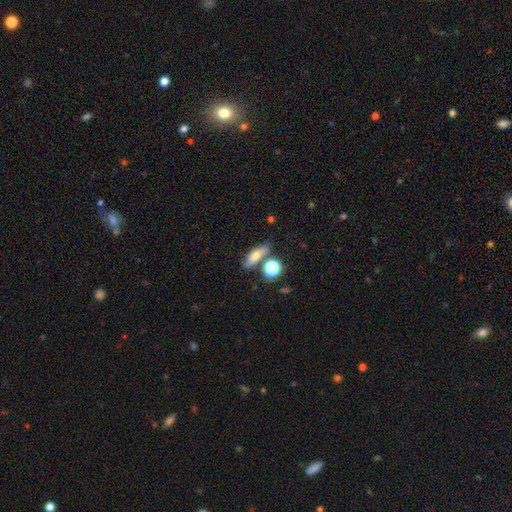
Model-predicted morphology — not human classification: Smooth or featured? smooth (58%)
How rounded? in between (53%)
Merging? none (66%)